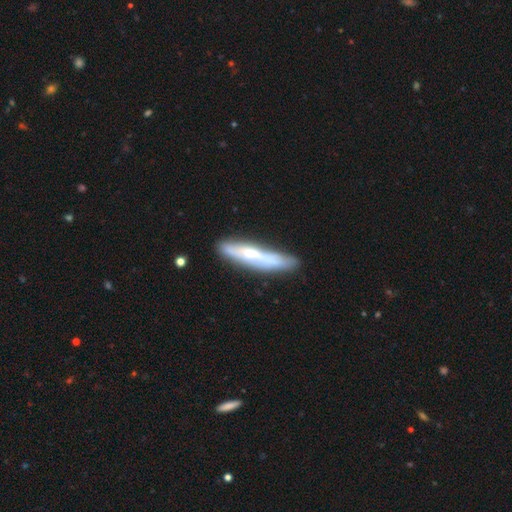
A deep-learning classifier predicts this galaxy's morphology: Smooth or featured? featured or disk (56%)
Edge-on disk? yes (76%)
Merging? none (76%)